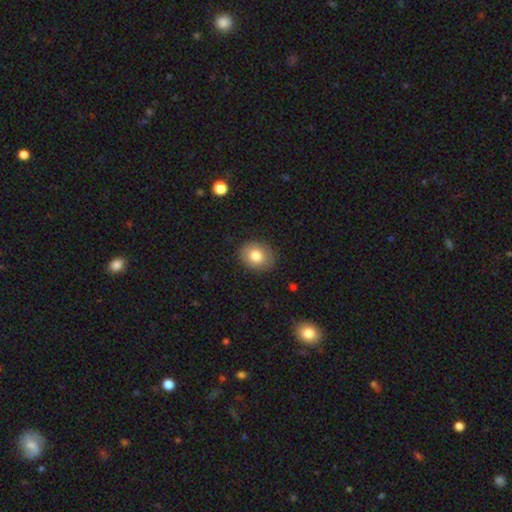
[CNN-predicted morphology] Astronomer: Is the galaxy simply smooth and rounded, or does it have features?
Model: smooth — 80%.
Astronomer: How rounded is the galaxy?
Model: round — 55% (runner-up: in between, 45%).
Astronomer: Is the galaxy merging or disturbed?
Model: none — 87%.